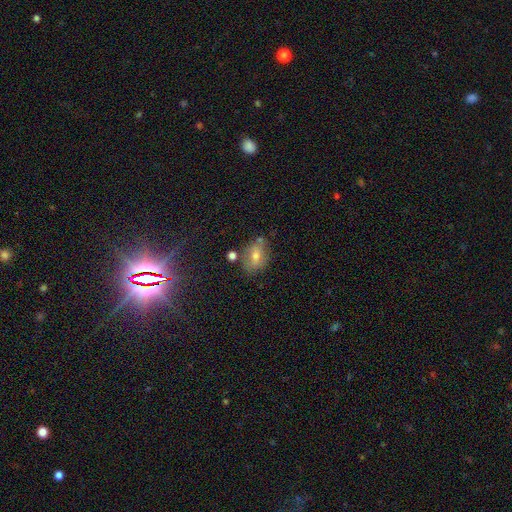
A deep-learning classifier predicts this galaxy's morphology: Q: Smooth or featured?
A: smooth (48%); runner-up: featured or disk (29%)
Q: Merging?
A: none (70%); runner-up: minor disturbance (16%)